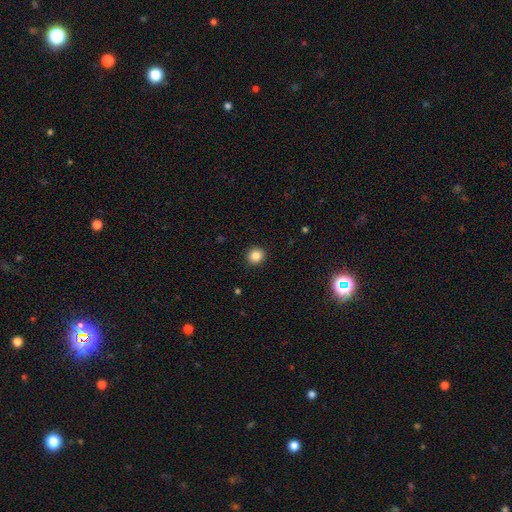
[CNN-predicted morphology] Overall: smooth (86%). How rounded: round (89%). Merging: none (92%).